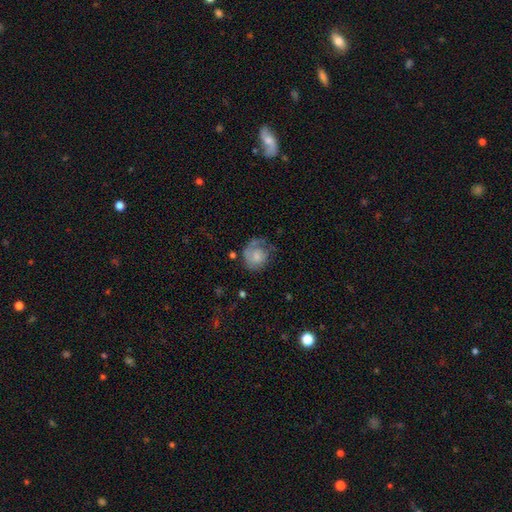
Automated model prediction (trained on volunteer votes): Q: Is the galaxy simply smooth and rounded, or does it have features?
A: featured or disk — 47%.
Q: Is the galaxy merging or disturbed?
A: none — 45%.